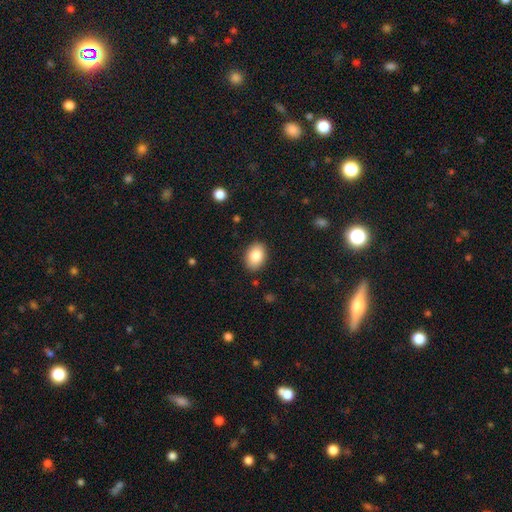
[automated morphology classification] smooth-or-featured: smooth: 85% | featured or disk: 8% | star or artifact: 7%
  how-rounded: in between: 82% | round: 17% | cigar-shaped: 1%
  merging: none: 88% | minor disturbance: 9% | major disturbance: 2% | merger: 1%